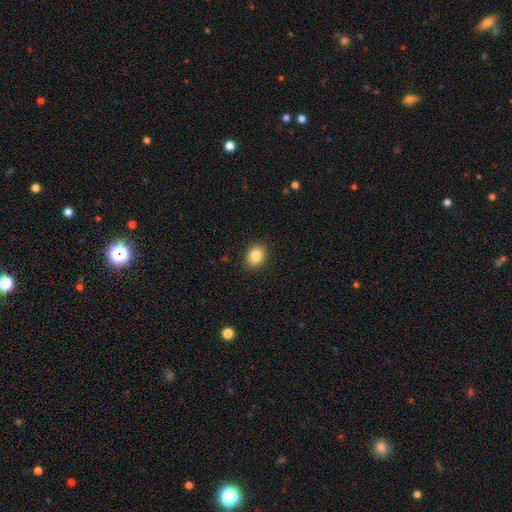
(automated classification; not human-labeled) A smooth galaxy with no disk features (85%) that is in between round and cigar-shaped (51%). Merging: none (89%).